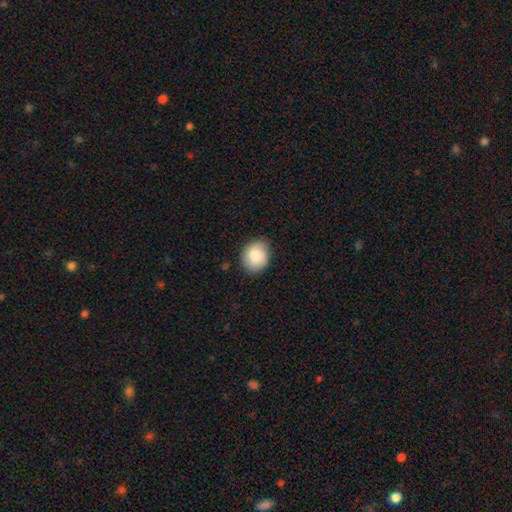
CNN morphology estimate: This appears to be a smooth galaxy with no disk features (82%) that is round (63%). Merging: none (81%).